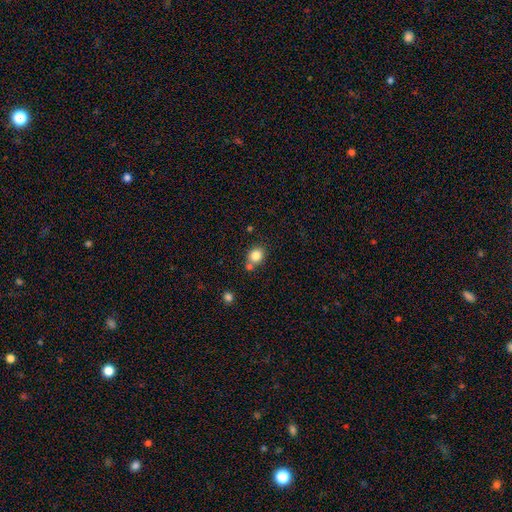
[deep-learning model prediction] Smooth or featured: smooth — 83% (star or artifact — 10%)
How rounded: round — 71% (in between — 28%)
Merging: none — 65% (merger — 21%)